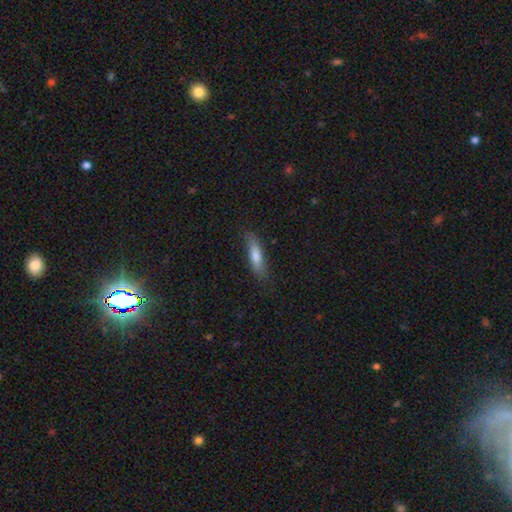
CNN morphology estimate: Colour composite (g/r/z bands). It shows a smooth galaxy with no disk features (72%) that is cigar-shaped (72%). Merging: none (80%).